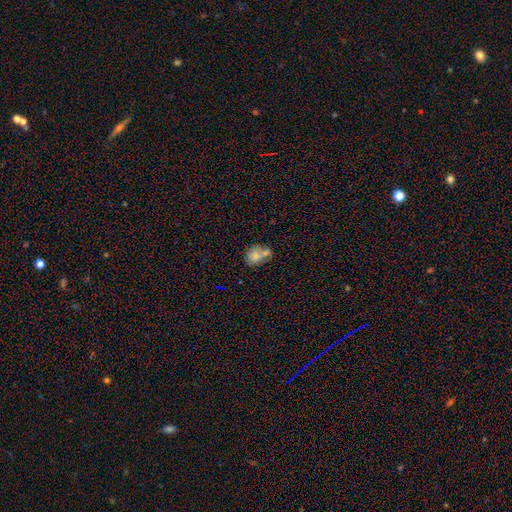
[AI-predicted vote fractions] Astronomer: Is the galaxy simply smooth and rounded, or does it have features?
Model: smooth — 71%.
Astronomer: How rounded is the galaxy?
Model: round — 52% (runner-up: in between, 47%).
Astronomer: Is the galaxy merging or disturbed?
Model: merger — 44% (runner-up: none, 34%).